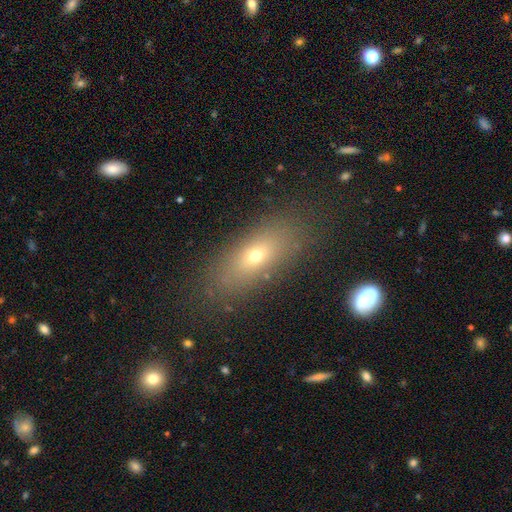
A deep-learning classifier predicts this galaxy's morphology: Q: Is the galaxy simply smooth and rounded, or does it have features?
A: smooth — 62%.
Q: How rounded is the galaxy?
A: in between — 66%.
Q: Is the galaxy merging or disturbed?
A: none — 81%.